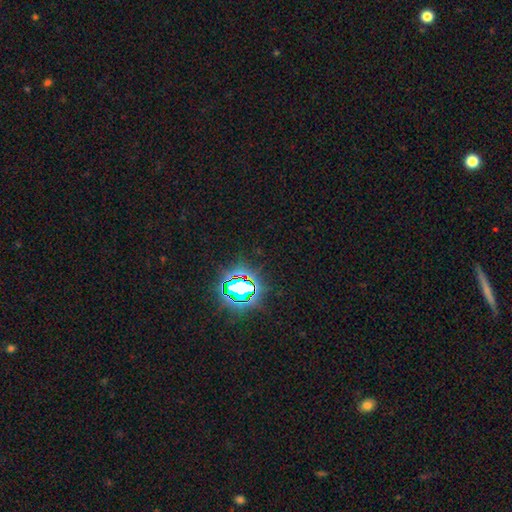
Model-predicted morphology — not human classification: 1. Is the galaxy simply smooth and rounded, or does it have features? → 81% star or artifact, 12% smooth, 7% featured or disk.